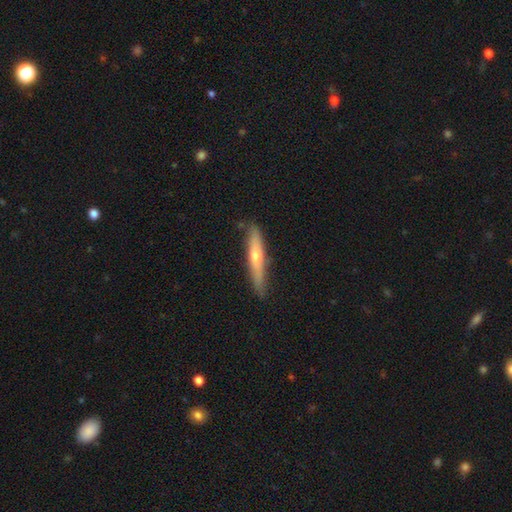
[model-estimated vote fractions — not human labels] A featured or disk galaxy (56%) viewed edge-on (88%). Merging: none (83%).